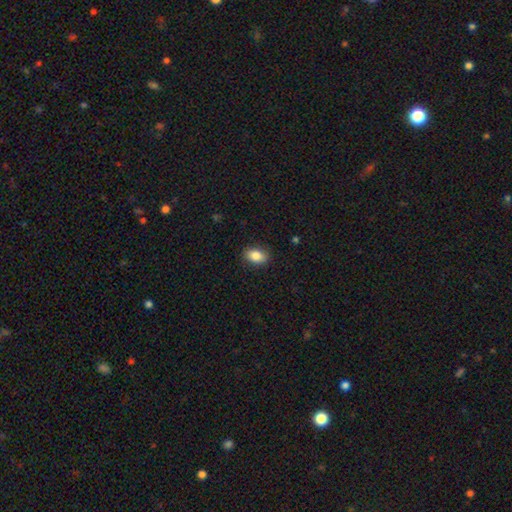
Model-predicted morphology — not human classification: Smooth or featured: smooth — 86% (star or artifact — 8%)
How rounded: in between — 86% (round — 12%)
Merging: none — 87% (minor disturbance — 10%)